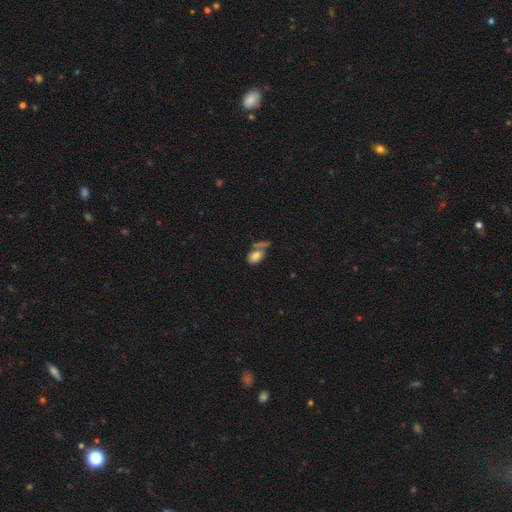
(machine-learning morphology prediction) This appears to be a smooth galaxy with no disk features (79%) that is in between round and cigar-shaped (86%). Merging: none (45%).